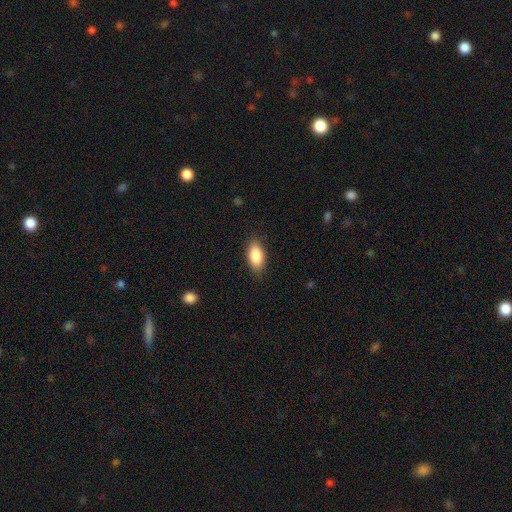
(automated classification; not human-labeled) Smooth or featured? Predicted: smooth (p=0.88). How rounded? Predicted: in between (p=0.91). Merging? Predicted: none (p=0.86).